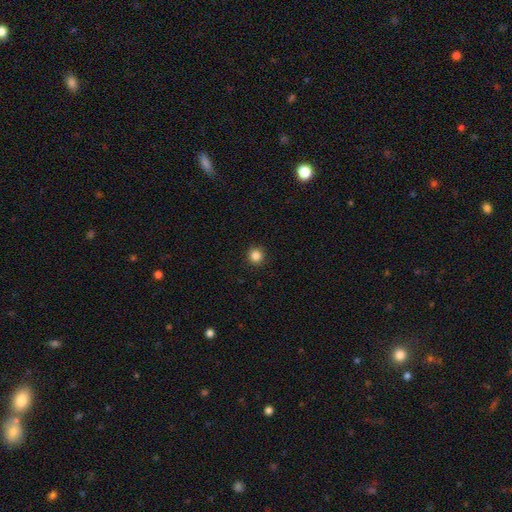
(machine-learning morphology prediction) Smooth or featured? smooth (85%)
How rounded? round (95%)
Merging? none (92%)